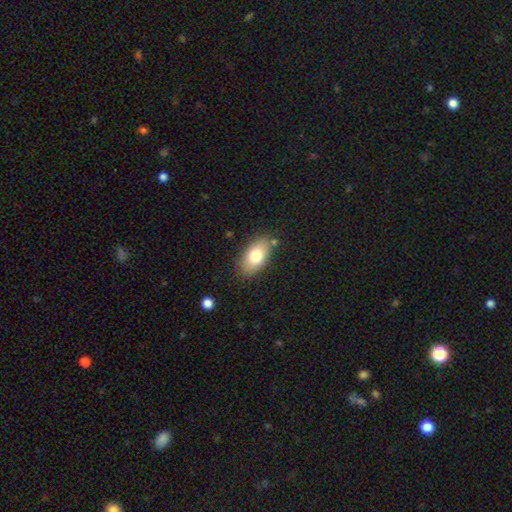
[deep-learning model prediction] This appears to be a smooth galaxy with no disk features (75%) that is in between round and cigar-shaped (91%). Merging: none (81%).